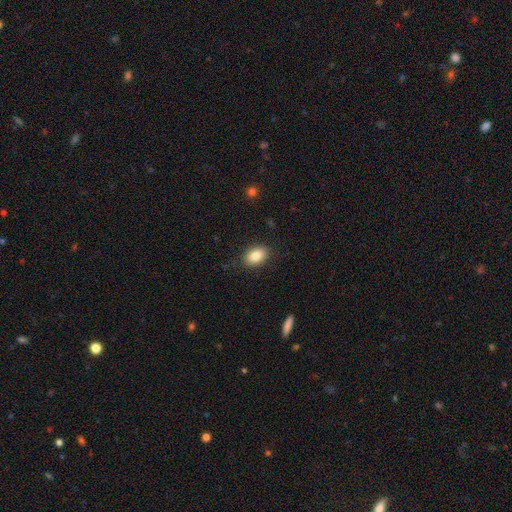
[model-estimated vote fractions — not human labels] A smooth galaxy with no disk features (84%) that is in between round and cigar-shaped (85%).

Vote fractions:
- Smooth or featured? smooth: 84% / star or artifact: 8% / featured or disk: 8%
- How rounded? in between: 85% / round: 14% / cigar-shaped: 1%
- Merging? none: 87% / minor disturbance: 10% / major disturbance: 3% / merger: 1%